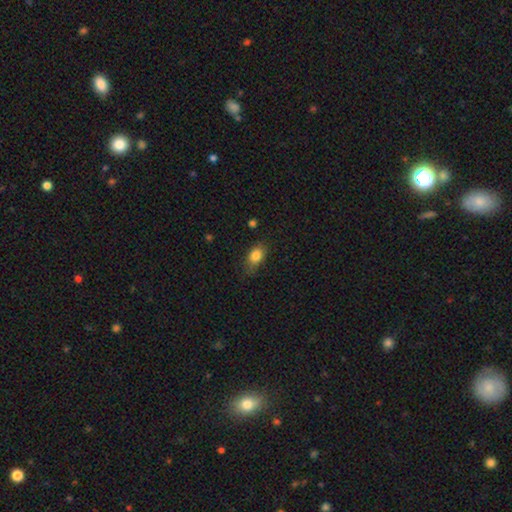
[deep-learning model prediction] Overall: smooth (83%). How rounded: in between (76%). Merging: none (67%).